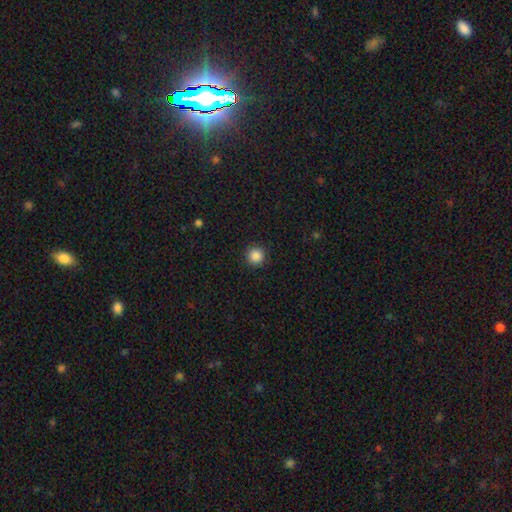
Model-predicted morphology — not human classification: This appears to be a smooth galaxy with no disk features (87%) that is round (95%). Merging: none (91%).